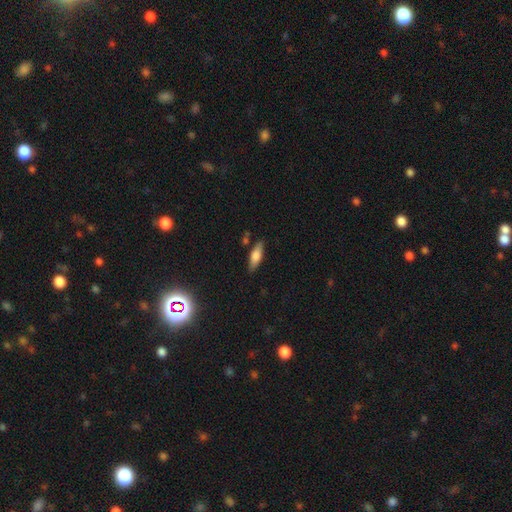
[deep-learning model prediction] Smooth or featured? smooth (68%)
How rounded? in between (53%)
Merging? none (82%)